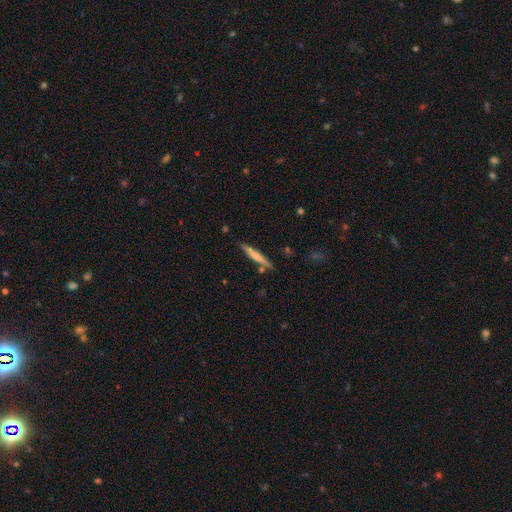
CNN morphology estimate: Smooth or featured? smooth (62%)
How rounded? cigar-shaped (95%)
Merging? none (84%)